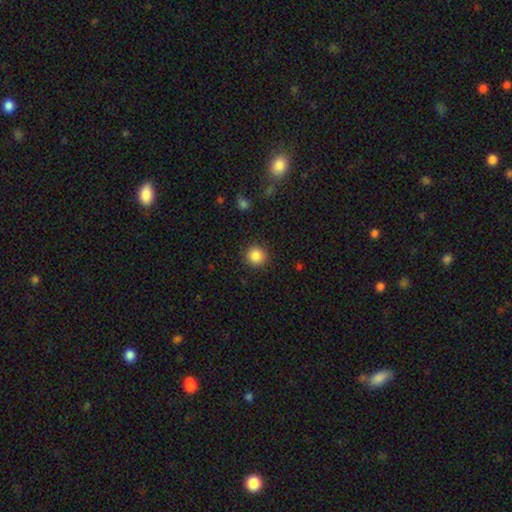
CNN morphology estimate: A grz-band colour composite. It shows a smooth galaxy with no disk features (86%) that is round (93%). Merging: none (91%).